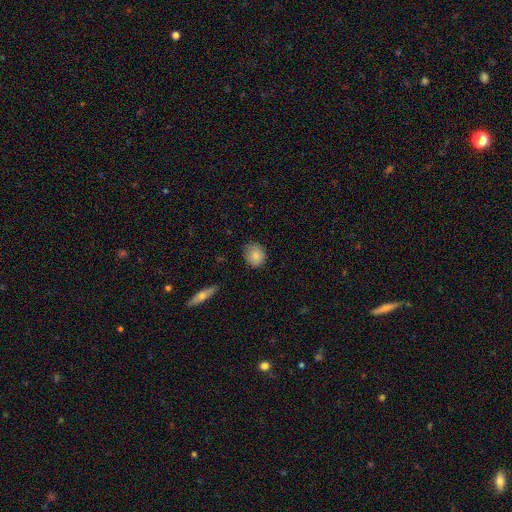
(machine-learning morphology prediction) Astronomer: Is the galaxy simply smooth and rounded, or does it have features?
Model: smooth — 84%.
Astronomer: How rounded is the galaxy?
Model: round — 73%.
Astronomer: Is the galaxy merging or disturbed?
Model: none — 72%.